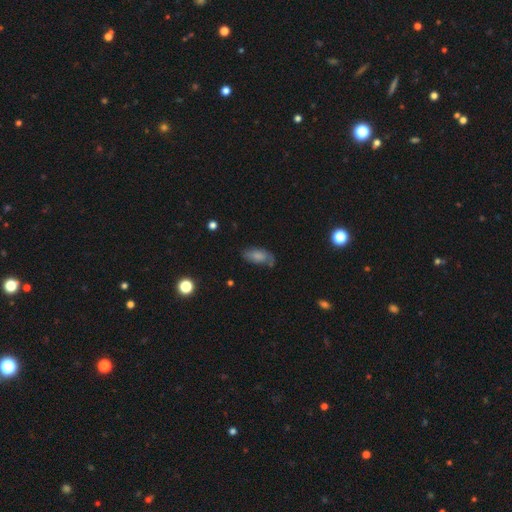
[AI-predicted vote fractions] This is possibly a smooth galaxy (51%). How rounded: clearly in between (87%). Merging: likely none (62%).